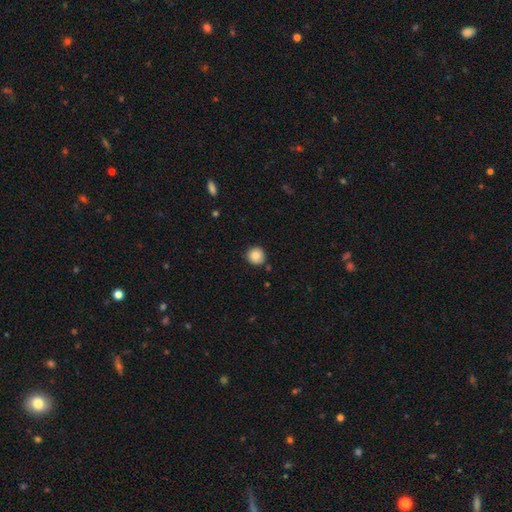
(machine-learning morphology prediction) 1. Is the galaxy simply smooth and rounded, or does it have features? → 87% smooth, 9% star or artifact, 4% featured or disk.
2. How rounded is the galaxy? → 94% round, 5% in between, 1% cigar-shaped.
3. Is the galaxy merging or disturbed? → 84% none, 11% minor disturbance, 3% merger, 2% major disturbance.